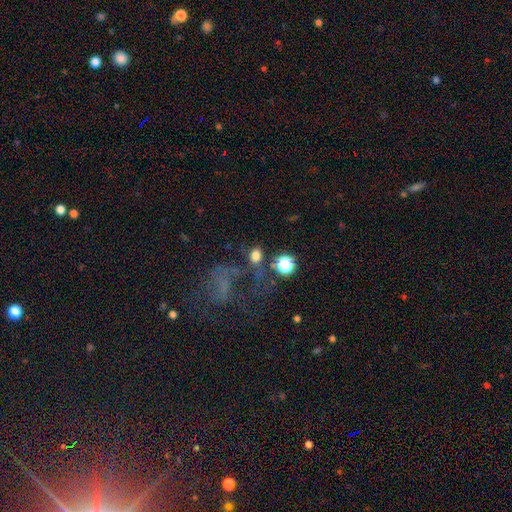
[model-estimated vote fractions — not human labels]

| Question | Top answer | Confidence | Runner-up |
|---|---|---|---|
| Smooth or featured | smooth | 68% | star or artifact (21%) |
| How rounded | in between | 52% | round (45%) |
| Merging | none | 53% | major disturbance (19%) |